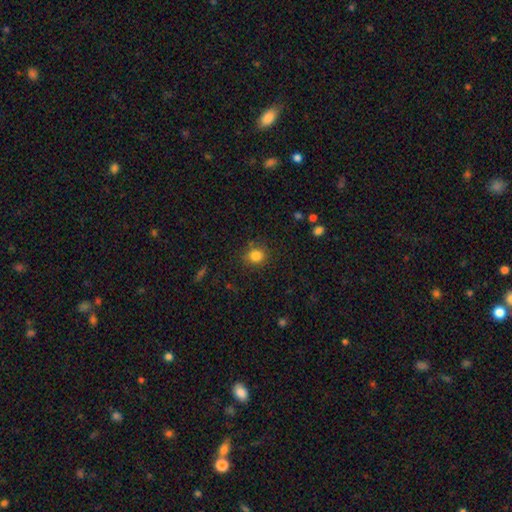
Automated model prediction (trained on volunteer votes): Smooth or featured? smooth (83%)
How rounded? round (80%)
Merging? none (84%)